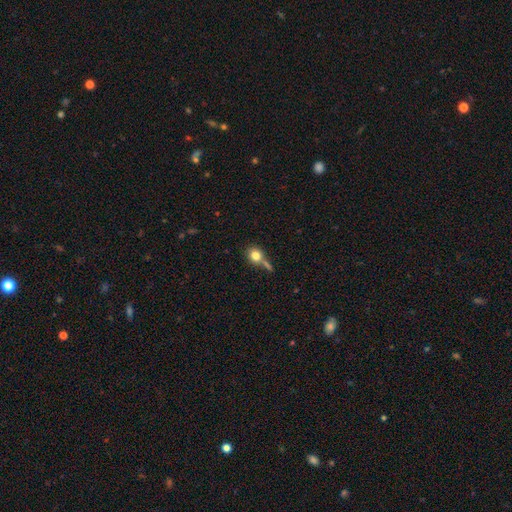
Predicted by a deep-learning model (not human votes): smooth_or_featured: smooth (p=0.80) [alt: featured or disk p=0.10]
how_rounded: round (p=0.76) [alt: in between p=0.22]
merging: none (p=0.49) [alt: merger p=0.28]